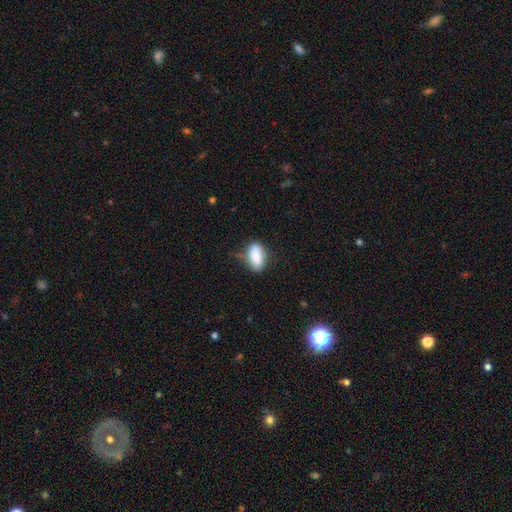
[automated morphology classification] smooth_or_featured: smooth (p=0.82) [alt: featured or disk p=0.11]
how_rounded: in between (p=0.86) [alt: cigar-shaped p=0.10]
merging: none (p=0.60) [alt: minor disturbance p=0.29]